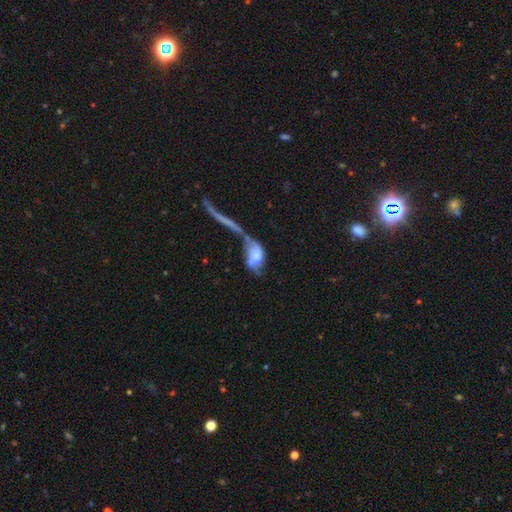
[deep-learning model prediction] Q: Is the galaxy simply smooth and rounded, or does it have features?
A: featured or disk — 50%.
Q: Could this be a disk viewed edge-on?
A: no — 89%.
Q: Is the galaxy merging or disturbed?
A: merger — 47%.